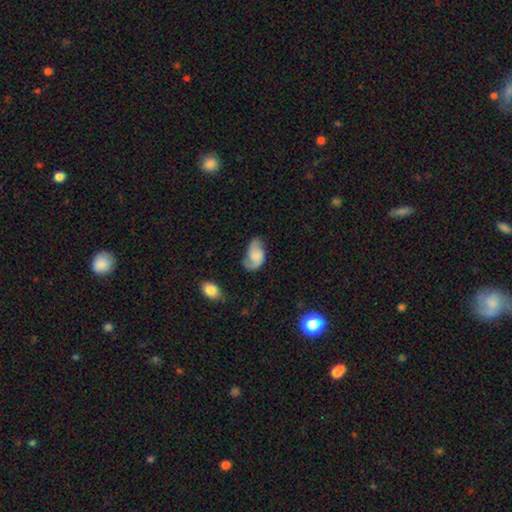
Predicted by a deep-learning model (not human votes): Smooth or featured? Predicted: featured or disk (p=0.51). Edge-on disk? Predicted: no (p=0.97). Merging? Predicted: none (p=0.49).